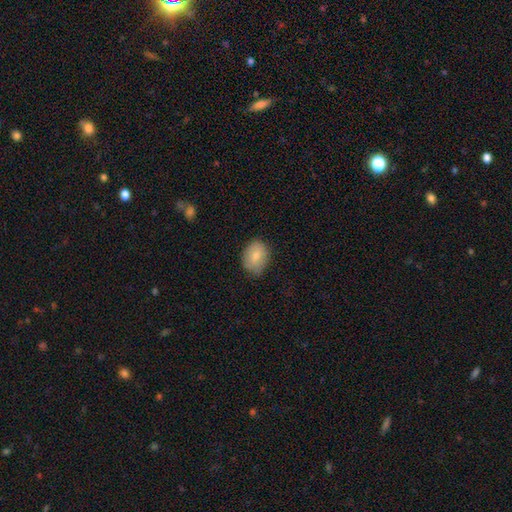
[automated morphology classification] The model was most divided on "how rounded": in between: 65%, round: 34%, cigar-shaped: 1%. More confident: smooth or featured — smooth (80%); merging — none (70%).